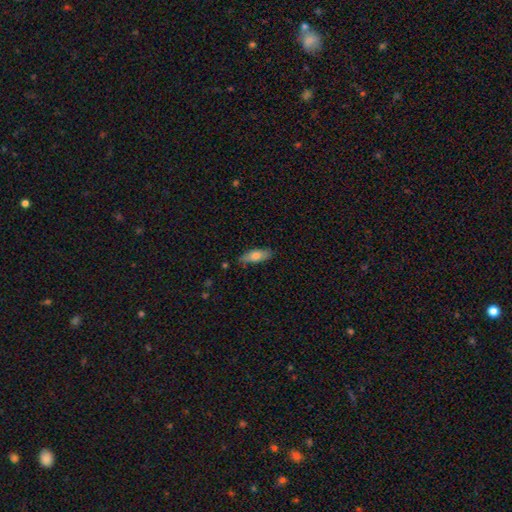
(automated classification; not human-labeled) Smooth or featured: smooth — 71% (featured or disk — 23%)
How rounded: in between — 66% (cigar-shaped — 31%)
Merging: none — 79% (minor disturbance — 16%)